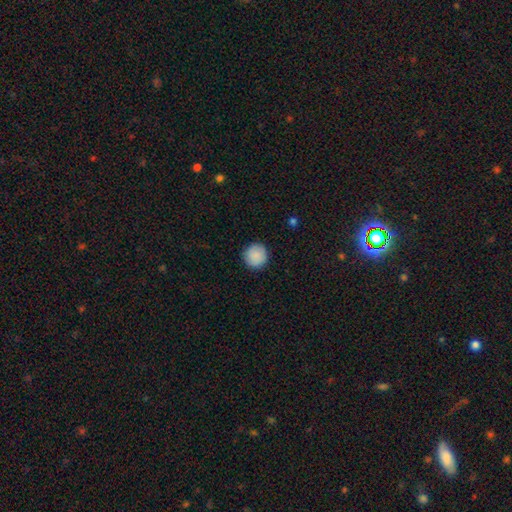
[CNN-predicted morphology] type=smooth (89%); roundness=round (94%); merging=none (91%).